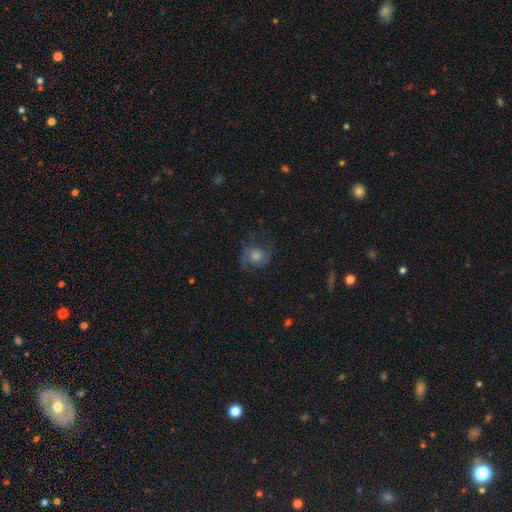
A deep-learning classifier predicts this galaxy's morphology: Smooth or featured?
  - featured or disk: 54% *
  - smooth: 33%
  - star or artifact: 14%
Edge-on disk?
  - no: 96% *
  - yes: 4%
Bar?
  - no: 75% *
  - weak: 21%
  - strong: 4%
Spiral arms?
  - yes: 85% *
  - no: 15%
Bulge size?
  - moderate: 51% *
  - large: 24%
  - small: 17%
  - none: 5%
  - dominant: 4%
Merging?
  - none: 62% *
  - minor disturbance: 19%
  - major disturbance: 18%
  - merger: 1%